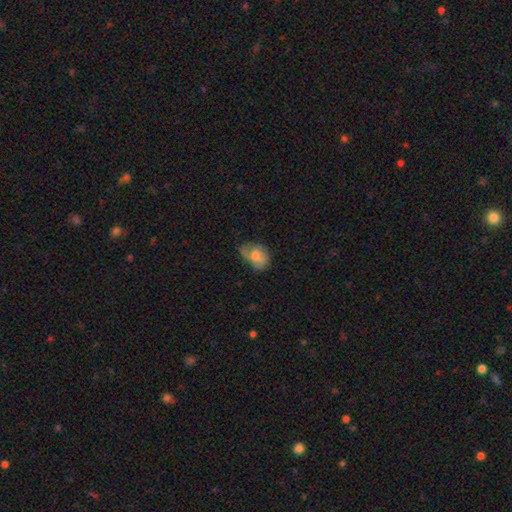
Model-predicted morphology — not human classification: Smooth or featured?
  - smooth: 62% *
  - featured or disk: 29%
  - star or artifact: 9%
How rounded?
  - in between: 80% *
  - round: 19%
  - cigar-shaped: 1%
Merging?
  - none: 39% *
  - minor disturbance: 36%
  - major disturbance: 22%
  - merger: 3%